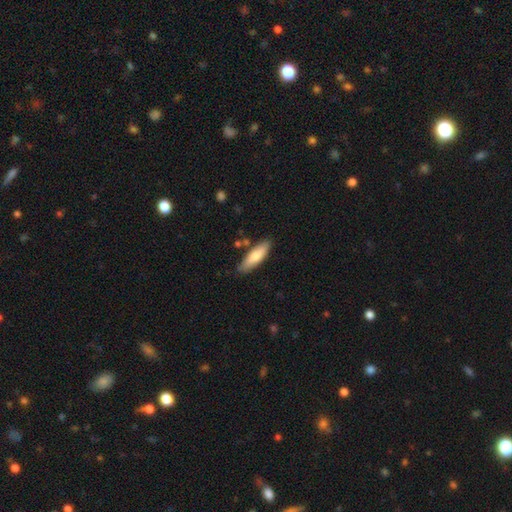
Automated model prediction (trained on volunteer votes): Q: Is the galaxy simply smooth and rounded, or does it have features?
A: smooth — 75%.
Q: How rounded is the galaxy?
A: cigar-shaped — 53%.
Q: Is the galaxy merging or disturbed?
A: none — 82%.